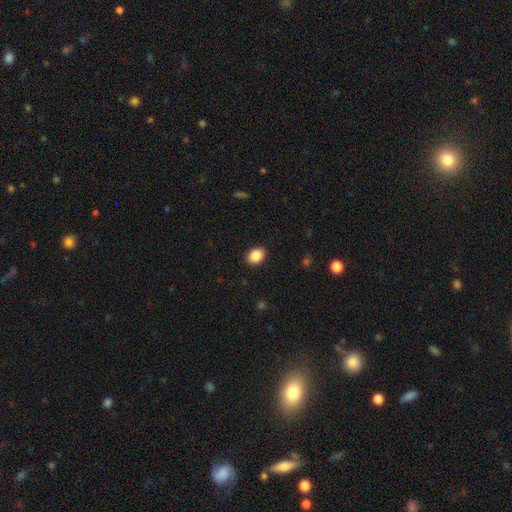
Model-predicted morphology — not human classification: This appears to be a smooth galaxy with no disk features (88%) that is in between round and cigar-shaped (57%). Merging: none (90%).